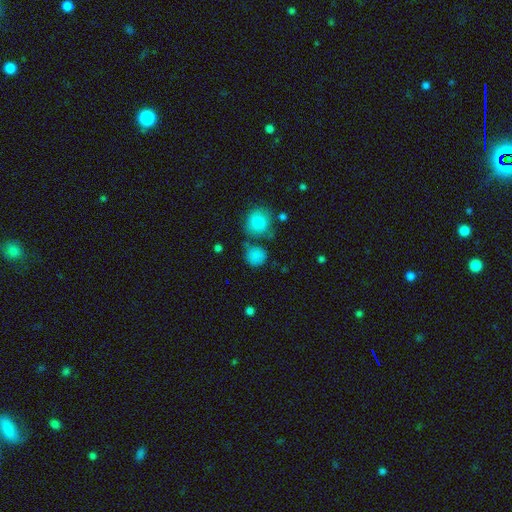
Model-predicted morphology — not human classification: The model was most divided on "merging": none: 64%, merger: 18%, minor disturbance: 13%, major disturbance: 6%. More confident: how rounded — round (85%); smooth or featured — smooth (82%).